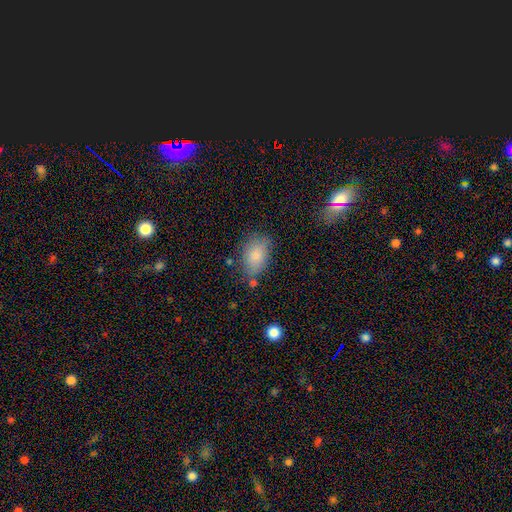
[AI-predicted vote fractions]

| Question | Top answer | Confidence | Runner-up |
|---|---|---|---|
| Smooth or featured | smooth | 84% | featured or disk (8%) |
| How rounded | in between | 89% | round (10%) |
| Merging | none | 70% | minor disturbance (20%) |